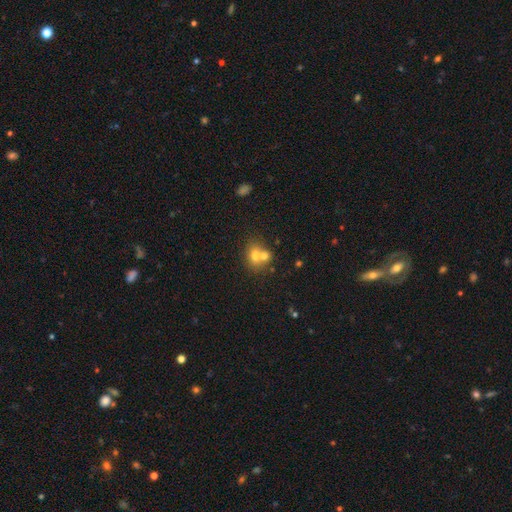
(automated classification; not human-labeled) Q: Smooth or featured?
A: smooth (68%); runner-up: featured or disk (20%)
Q: How rounded?
A: round (60%); runner-up: in between (39%)
Q: Merging?
A: merger (57%); runner-up: none (32%)